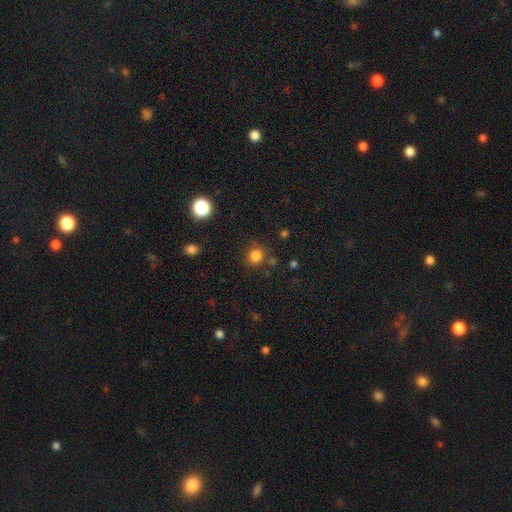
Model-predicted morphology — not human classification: Smooth or featured? Predicted: smooth (p=0.82). How rounded? Predicted: round (p=0.87). Merging? Predicted: none (p=0.81).